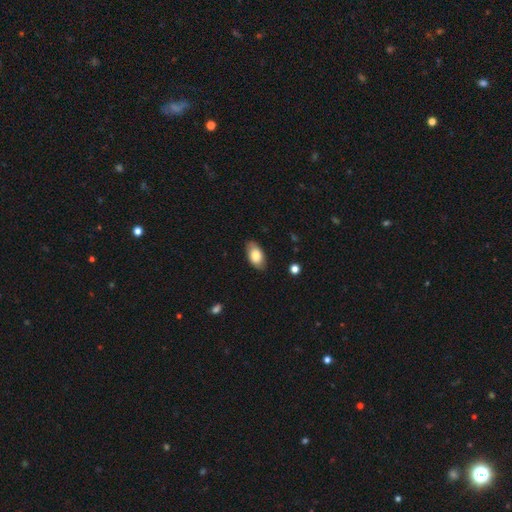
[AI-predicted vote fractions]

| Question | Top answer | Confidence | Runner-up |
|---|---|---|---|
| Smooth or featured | smooth | 79% | featured or disk (14%) |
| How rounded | in between | 94% | round (4%) |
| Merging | none | 82% | minor disturbance (14%) |